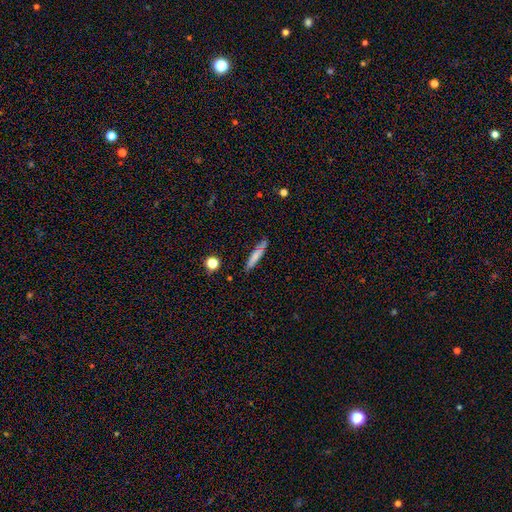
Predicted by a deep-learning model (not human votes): smooth_or_featured: smooth (p=0.72) [alt: featured or disk p=0.20]
how_rounded: cigar-shaped (p=0.85) [alt: in between p=0.13]
merging: none (p=0.76) [alt: minor disturbance p=0.17]